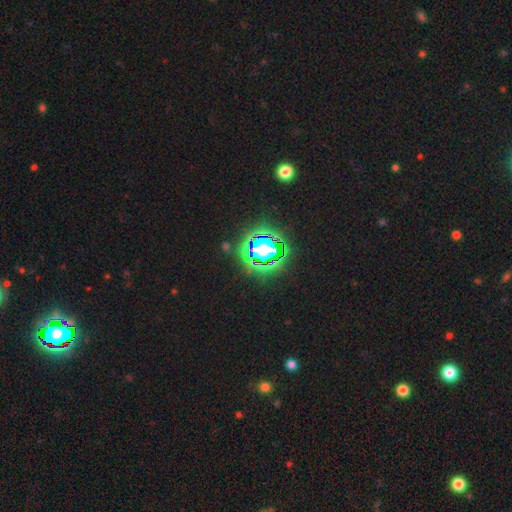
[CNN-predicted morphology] Overall: star or artifact (84%).